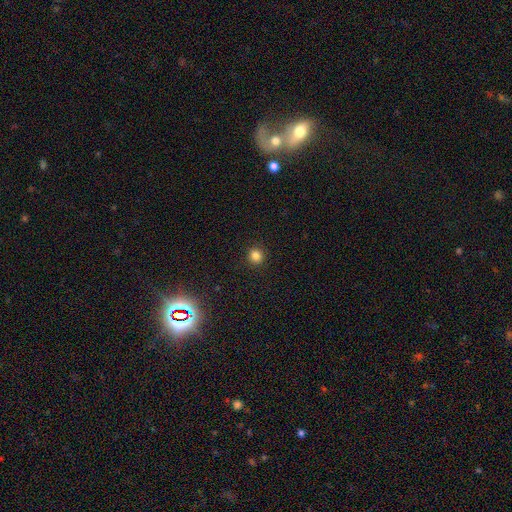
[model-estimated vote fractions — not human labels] Smooth or featured? smooth (82%)
How rounded? round (92%)
Merging? none (92%)